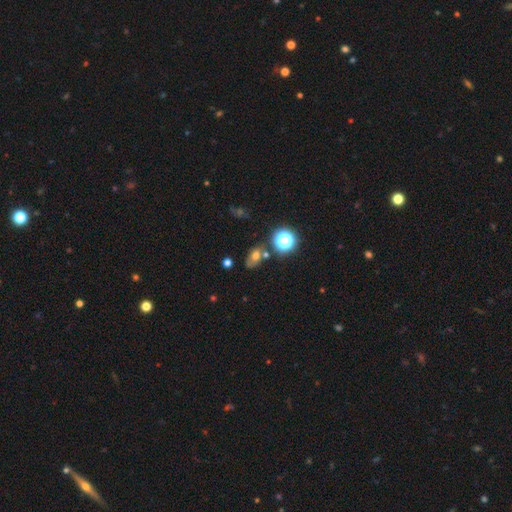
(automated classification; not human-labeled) This appears to be a smooth galaxy with no disk features (57%) that is in between round and cigar-shaped (72%). Merging: none (63%).